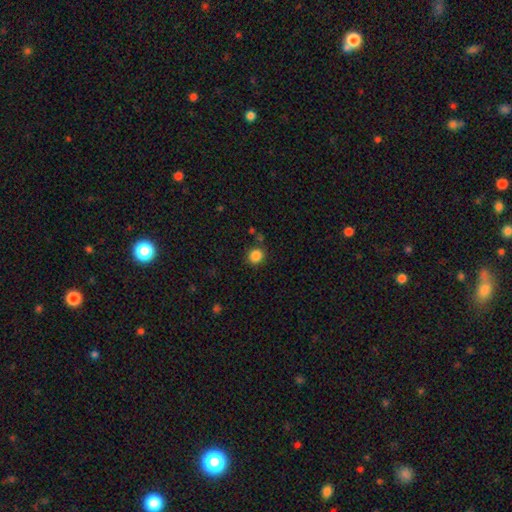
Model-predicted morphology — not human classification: smooth 86%, star or artifact 11%, featured or disk 3%. Down the decision tree: how rounded — round (87%); merging — none (83%).